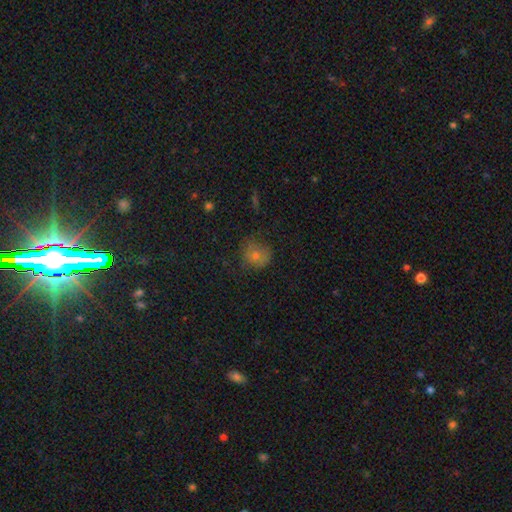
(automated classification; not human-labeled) Q: Smooth or featured?
A: smooth (65%); runner-up: featured or disk (18%)
Q: How rounded?
A: round (83%); runner-up: in between (16%)
Q: Merging?
A: none (66%); runner-up: minor disturbance (24%)